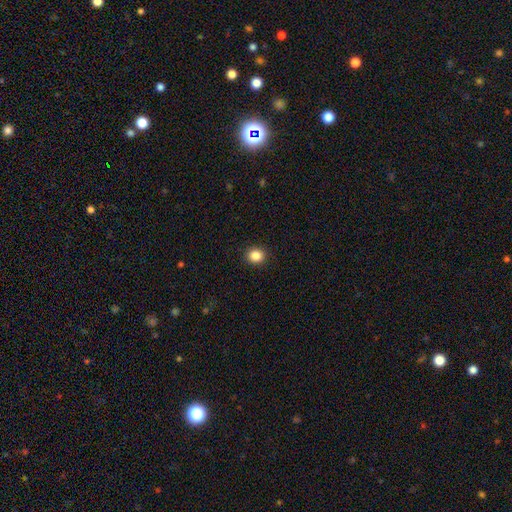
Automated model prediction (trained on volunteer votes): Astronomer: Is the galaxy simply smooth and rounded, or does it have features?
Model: smooth — 86%.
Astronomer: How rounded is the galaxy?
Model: round — 82%.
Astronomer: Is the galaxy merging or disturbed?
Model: none — 91%.